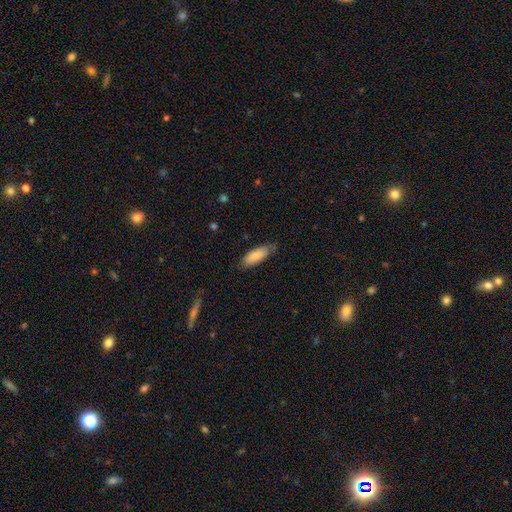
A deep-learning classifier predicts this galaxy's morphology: A smooth galaxy with no disk features (85%) that is in between round and cigar-shaped (65%).

Vote fractions:
- Smooth or featured? smooth: 85% / featured or disk: 10% / star or artifact: 6%
- How rounded? in between: 65% / cigar-shaped: 34% / round: 1%
- Merging? none: 75% / minor disturbance: 21% / major disturbance: 3% / merger: 1%